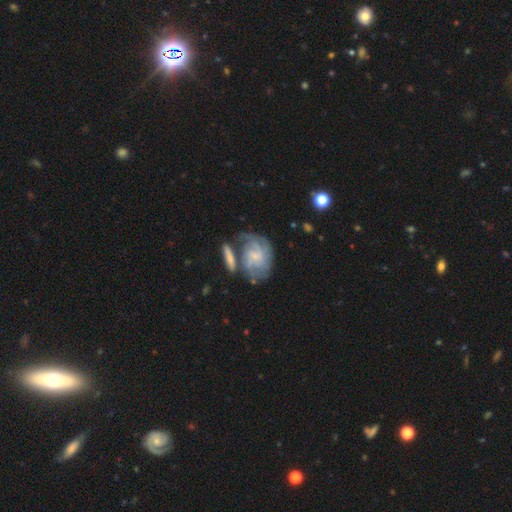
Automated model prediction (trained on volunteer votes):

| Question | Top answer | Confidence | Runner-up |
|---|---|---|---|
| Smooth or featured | featured or disk | 68% | smooth (23%) |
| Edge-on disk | no | 95% | yes (5%) |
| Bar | no | 62% | weak (32%) |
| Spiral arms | yes | 84% | no (16%) |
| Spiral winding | tight | 48% | medium (37%) |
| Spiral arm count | can't tell | 46% | 2 (21%) |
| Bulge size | small | 59% | moderate (24%) |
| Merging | none | 42% | merger (28%) |